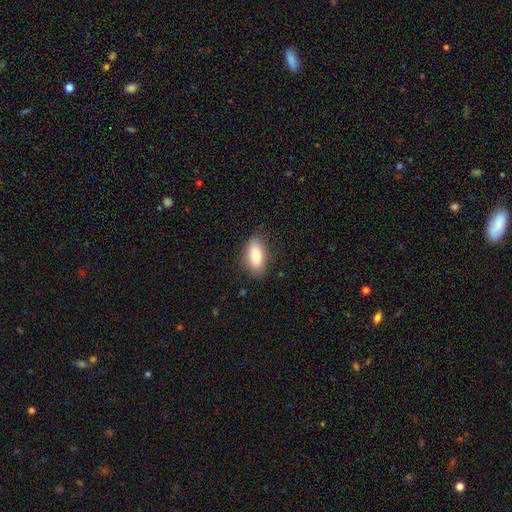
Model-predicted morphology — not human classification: This appears to be a smooth galaxy with no disk features (81%) that is in between round and cigar-shaped (87%). Merging: none (82%).